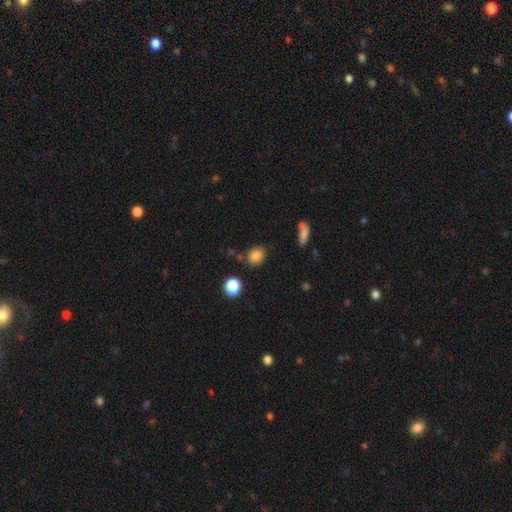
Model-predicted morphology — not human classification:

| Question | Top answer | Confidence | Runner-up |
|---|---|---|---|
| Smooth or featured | smooth | 83% | star or artifact (11%) |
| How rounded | round | 55% | in between (44%) |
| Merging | none | 79% | minor disturbance (13%) |